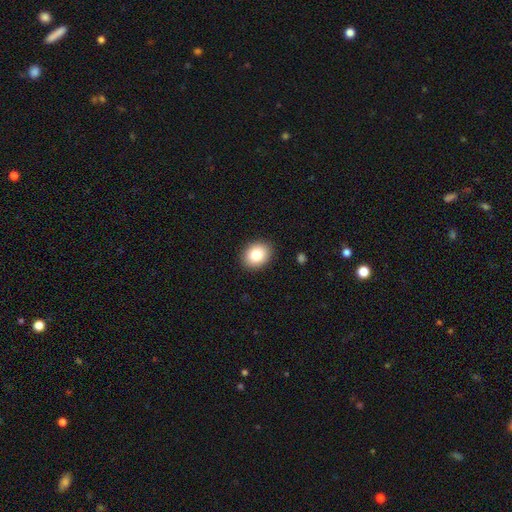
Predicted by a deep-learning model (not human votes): Smooth or featured?
  - smooth: 82% *
  - star or artifact: 9%
  - featured or disk: 9%
How rounded?
  - round: 51% *
  - in between: 48%
  - cigar-shaped: 1%
Merging?
  - none: 90% *
  - minor disturbance: 7%
  - major disturbance: 2%
  - merger: 1%